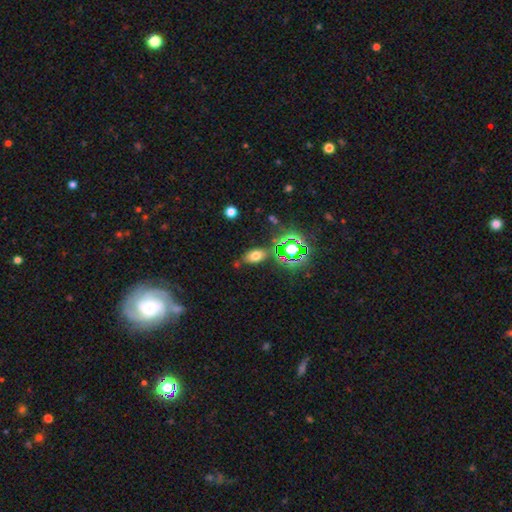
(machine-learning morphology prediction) A smooth galaxy with no disk features (63%) that is in between round and cigar-shaped (83%).

Vote fractions:
- Smooth or featured? smooth: 63% / star or artifact: 25% / featured or disk: 12%
- How rounded? in between: 83% / round: 11% / cigar-shaped: 6%
- Merging? none: 74% / minor disturbance: 14% / merger: 7% / major disturbance: 4%